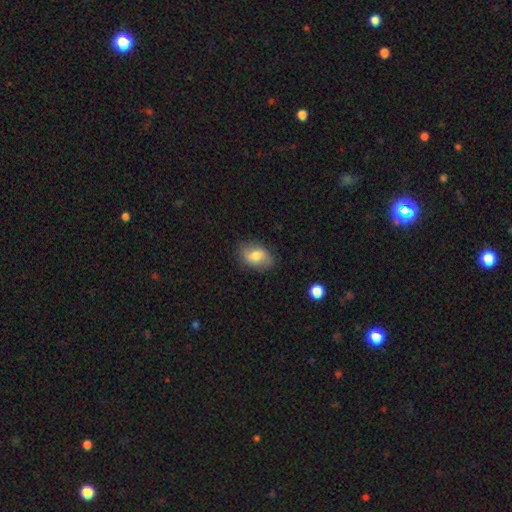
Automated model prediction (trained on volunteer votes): Smooth or featured?
  - smooth: 70% *
  - featured or disk: 23%
  - star or artifact: 8%
How rounded?
  - in between: 85% *
  - round: 13%
  - cigar-shaped: 2%
Merging?
  - none: 80% *
  - minor disturbance: 15%
  - major disturbance: 3%
  - merger: 1%